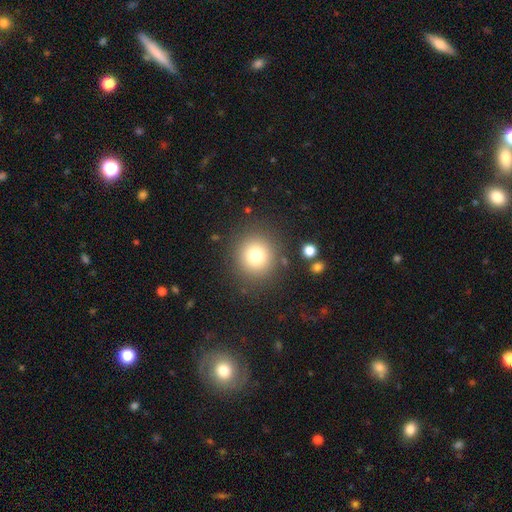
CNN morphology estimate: This appears to be a smooth galaxy with no disk features (76%) that is round (92%). Merging: none (87%).